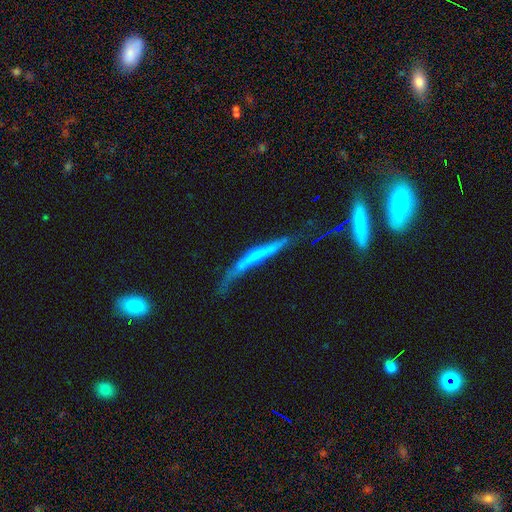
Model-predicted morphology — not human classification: smooth_or_featured: featured or disk (p=0.71) [alt: smooth p=0.23]
disk_edge_on: yes (p=0.90) [alt: no p=0.10]
edge_on_bulge: rounded (p=0.65) [alt: none p=0.28]
merging: none (p=0.50) [alt: minor disturbance p=0.30]